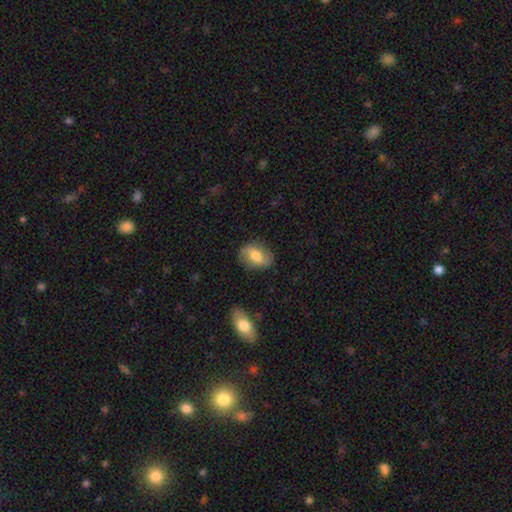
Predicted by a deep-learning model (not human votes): Q: Smooth or featured?
A: smooth (59%); runner-up: featured or disk (34%)
Q: How rounded?
A: in between (79%); runner-up: round (19%)
Q: Merging?
A: none (80%); runner-up: minor disturbance (14%)